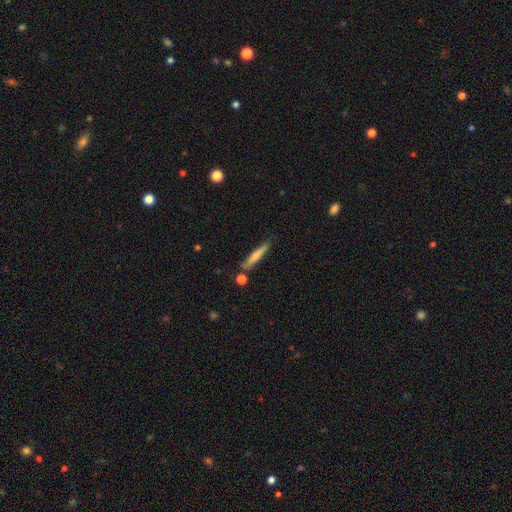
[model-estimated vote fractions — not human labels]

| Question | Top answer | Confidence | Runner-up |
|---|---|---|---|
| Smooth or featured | smooth | 69% | featured or disk (25%) |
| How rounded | cigar-shaped | 92% | in between (6%) |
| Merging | none | 75% | minor disturbance (15%) |